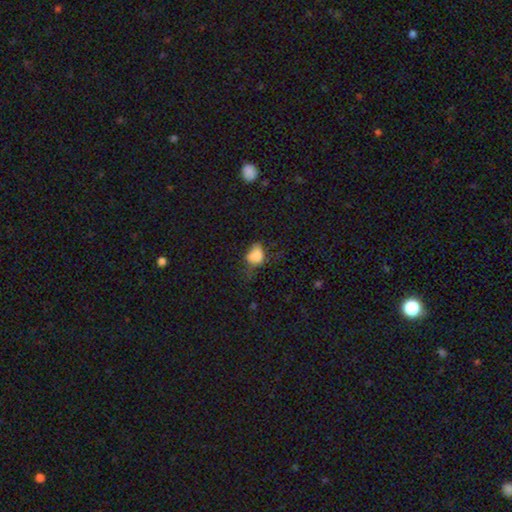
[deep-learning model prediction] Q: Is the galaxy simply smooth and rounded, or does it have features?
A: smooth — 76%.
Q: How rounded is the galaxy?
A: in between — 68%.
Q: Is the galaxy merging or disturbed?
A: minor disturbance — 33%, tied with none.